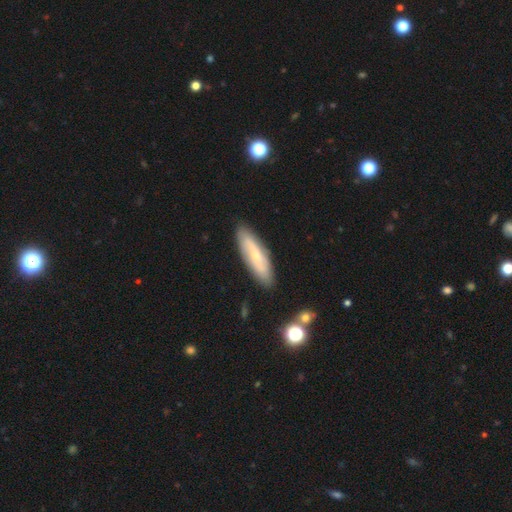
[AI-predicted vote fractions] smooth-or-featured: featured or disk: 47% (tied) | smooth: 47% (tied) | star or artifact: 7%
  merging: none: 86% | minor disturbance: 10% | major disturbance: 2% | merger: 2%